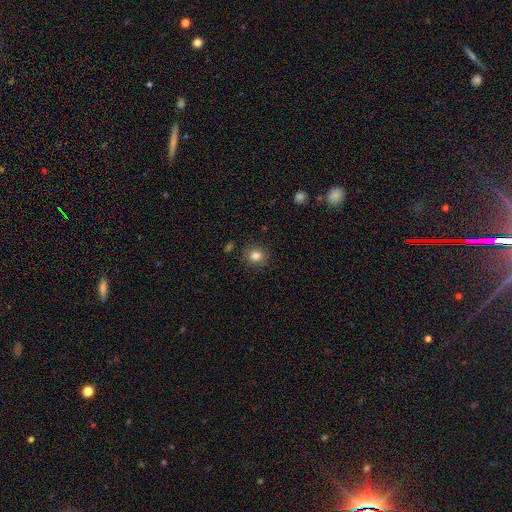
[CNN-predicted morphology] The model was most divided on "smooth or featured": smooth: 83%, star or artifact: 11%, featured or disk: 5%. More confident: merging — none (89%); how rounded — round (86%).